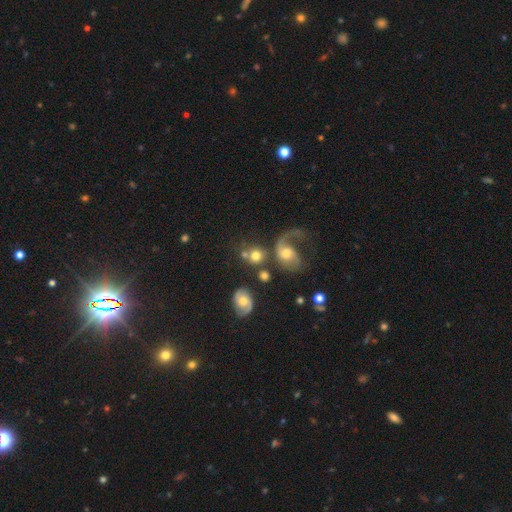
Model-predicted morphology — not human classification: smooth-or-featured: smooth: 60% | featured or disk: 30% | star or artifact: 10%
  how-rounded: round: 80% | in between: 18% | cigar-shaped: 1%
  merging: none: 37% | merger: 33% | major disturbance: 19% | minor disturbance: 11%